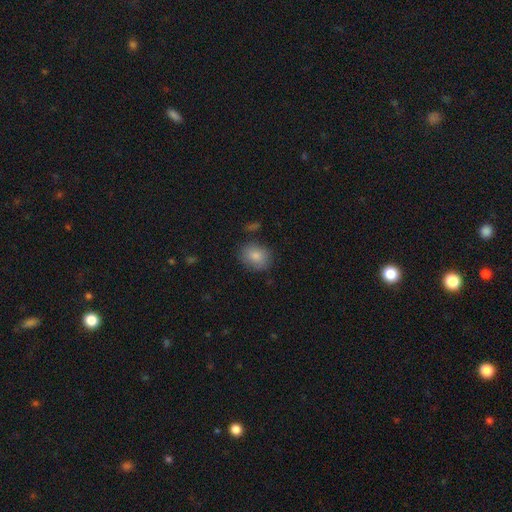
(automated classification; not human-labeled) A smooth galaxy with no disk features (84%) that is in between round and cigar-shaped (50%).

Vote fractions:
- Smooth or featured? smooth: 84% / featured or disk: 8% / star or artifact: 8%
- How rounded? in between: 50% / round: 49% / cigar-shaped: 1%
- Merging? none: 78% / minor disturbance: 15% / major disturbance: 4% / merger: 3%